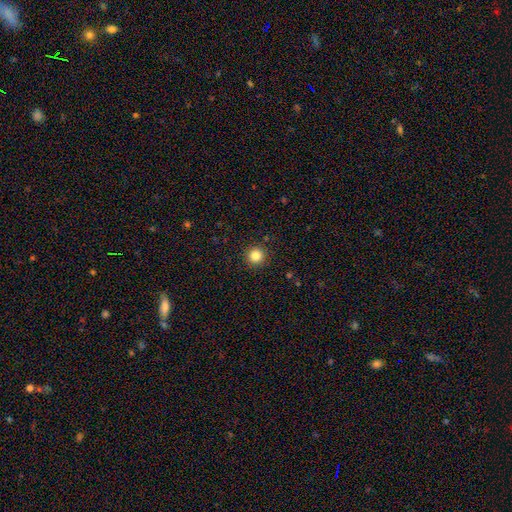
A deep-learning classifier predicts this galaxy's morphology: Smooth or featured?
  - smooth: 83% *
  - star or artifact: 12%
  - featured or disk: 5%
How rounded?
  - round: 95% *
  - in between: 4%
  - cigar-shaped: 1%
Merging?
  - none: 92% *
  - minor disturbance: 5%
  - major disturbance: 2%
  - merger: 1%